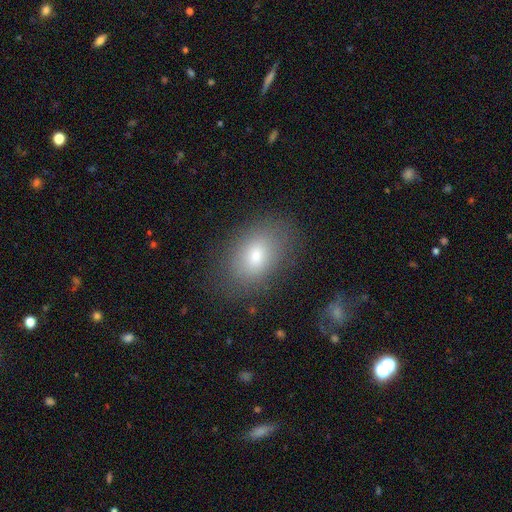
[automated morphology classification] Overall: smooth (75%). How rounded: in between (81%). Merging: none (80%).